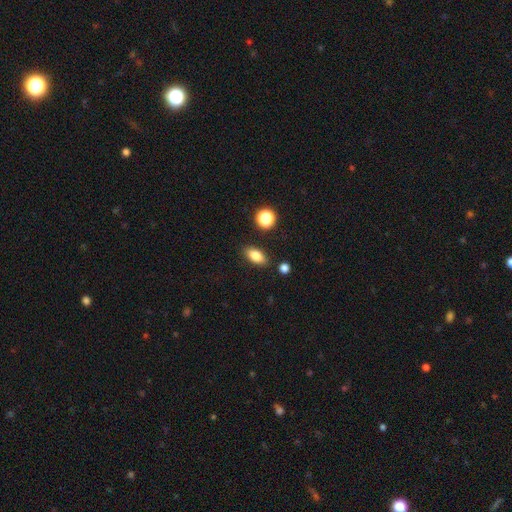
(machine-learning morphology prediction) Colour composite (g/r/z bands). It shows a smooth galaxy with no disk features (82%) that is in between round and cigar-shaped (85%). Merging: none (85%).